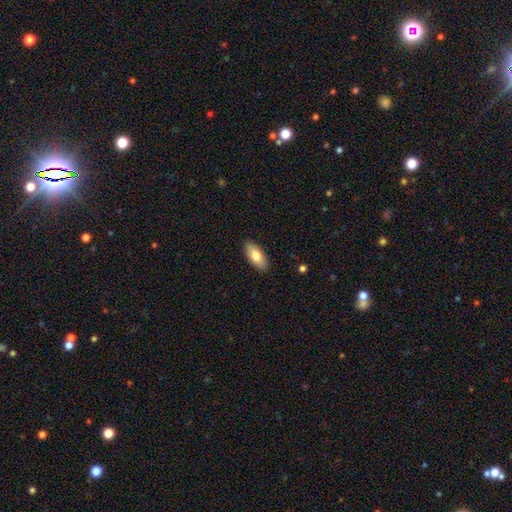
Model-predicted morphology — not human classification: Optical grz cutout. It shows a smooth galaxy with no disk features (77%) that is in between round and cigar-shaped (87%). Merging: none (90%).